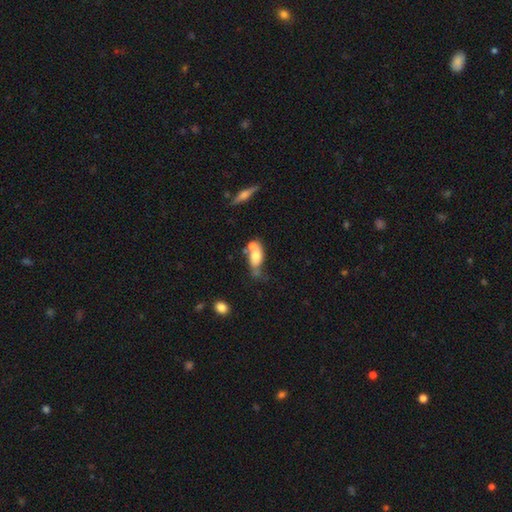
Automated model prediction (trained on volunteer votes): smooth-or-featured: smooth: 62% | featured or disk: 29% | star or artifact: 9%
  how-rounded: in between: 79% | cigar-shaped: 14% | round: 8%
  merging: merger: 45% | none: 27% | minor disturbance: 17% | major disturbance: 11%